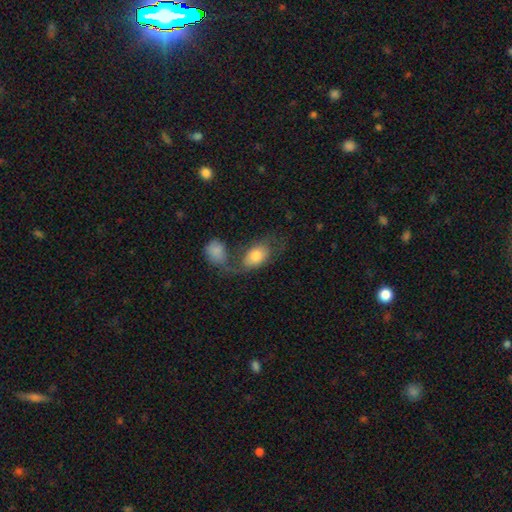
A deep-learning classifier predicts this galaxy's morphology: smooth 71%, featured or disk 23%, star or artifact 7%. Down the decision tree: how rounded — in between (85%); merging — merger (40%).